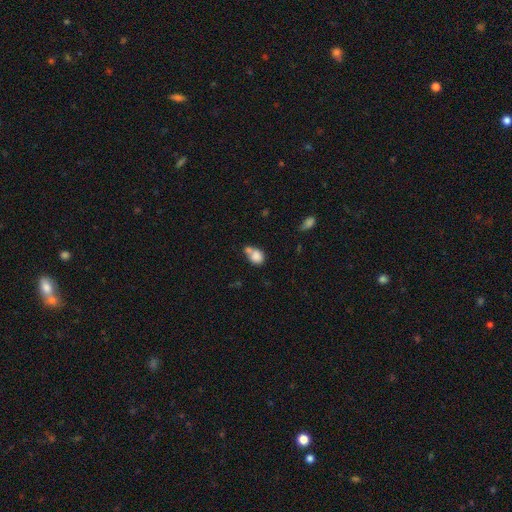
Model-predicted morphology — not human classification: A smooth galaxy with no disk features (80%) that is round (51%).

Vote fractions:
- Smooth or featured? smooth: 80% / featured or disk: 10% / star or artifact: 9%
- How rounded? round: 51% / in between: 48% / cigar-shaped: 1%
- Merging? merger: 50% / none: 31% / minor disturbance: 13% / major disturbance: 6%